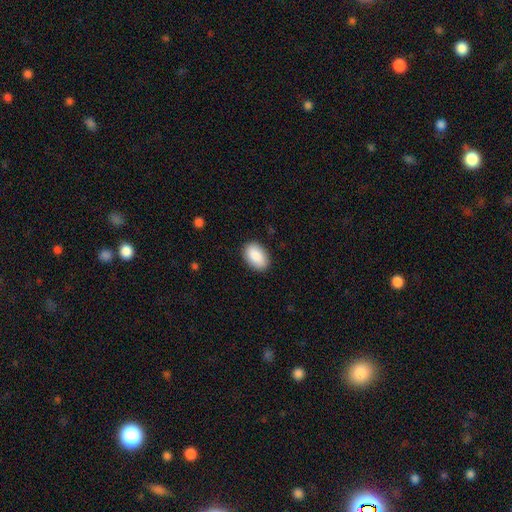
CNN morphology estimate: Smooth or featured: smooth — 89% (star or artifact — 6%)
How rounded: in between — 91% (round — 8%)
Merging: none — 88% (minor disturbance — 9%)